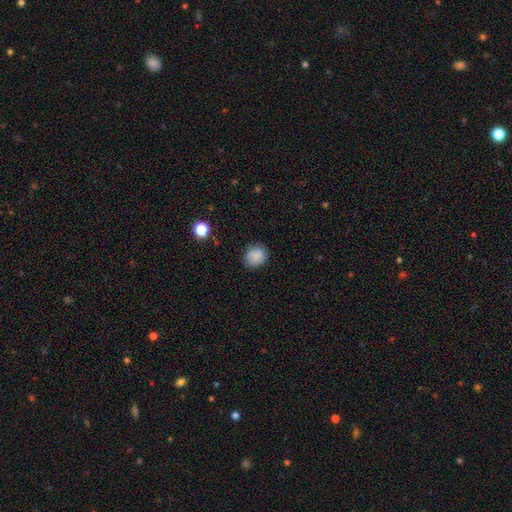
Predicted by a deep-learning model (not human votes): A smooth galaxy with no disk features (86%) that is round (70%).

Vote fractions:
- Smooth or featured? smooth: 86% / star or artifact: 9% / featured or disk: 4%
- How rounded? round: 70% / in between: 29% / cigar-shaped: 1%
- Merging? none: 83% / minor disturbance: 13% / major disturbance: 3% / merger: 1%